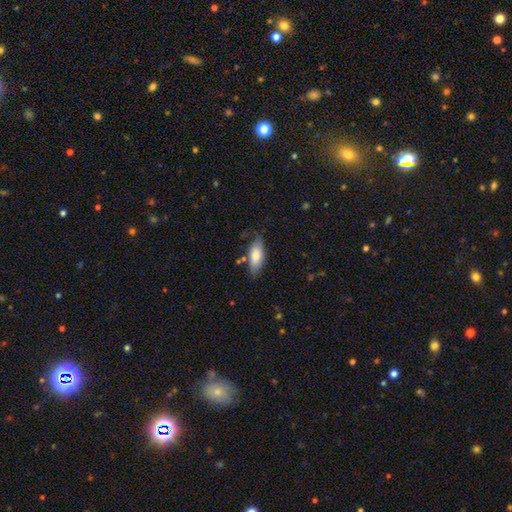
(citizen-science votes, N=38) Smooth or featured?
  - smooth: 66% *
  - featured or disk: 26%
  - star or artifact: 8%
How rounded?
  - in between: 64% *
  - cigar-shaped: 32%
  - round: 4%
Merging?
  - none: 80% *
  - minor disturbance: 11%
  - major disturbance: 9%
  - merger: 0%